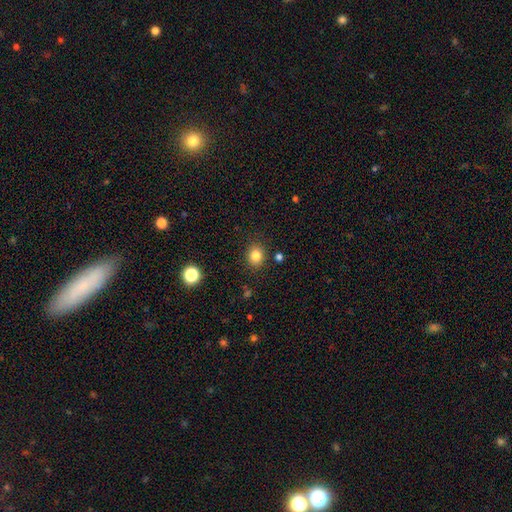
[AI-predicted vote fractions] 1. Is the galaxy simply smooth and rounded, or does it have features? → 82% smooth, 12% star or artifact, 6% featured or disk.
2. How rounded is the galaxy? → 69% round, 30% in between, 1% cigar-shaped.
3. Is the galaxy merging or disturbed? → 87% none, 8% minor disturbance, 3% major disturbance, 2% merger.